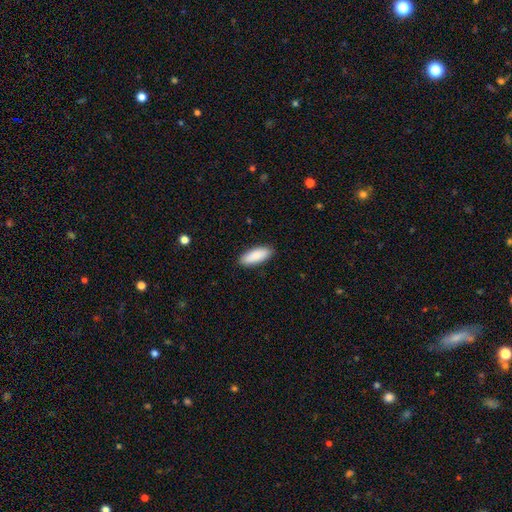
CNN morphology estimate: smooth_or_featured: smooth (p=0.90) [alt: star or artifact p=0.05]
how_rounded: in between (p=0.74) [alt: cigar-shaped p=0.25]
merging: none (p=0.90) [alt: minor disturbance p=0.08]